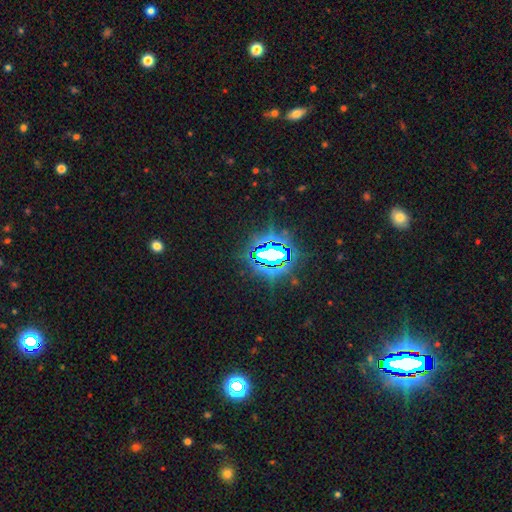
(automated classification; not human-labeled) This is clearly a star or artifact rather than a galaxy (83%).